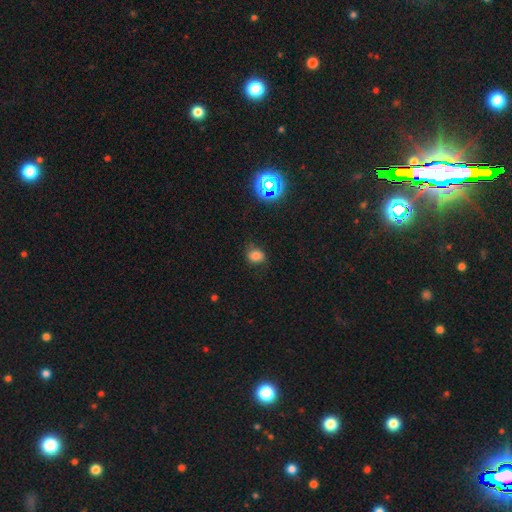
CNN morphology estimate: This appears to be a smooth galaxy with no disk features (72%) that is round (50%). Merging: none (66%).